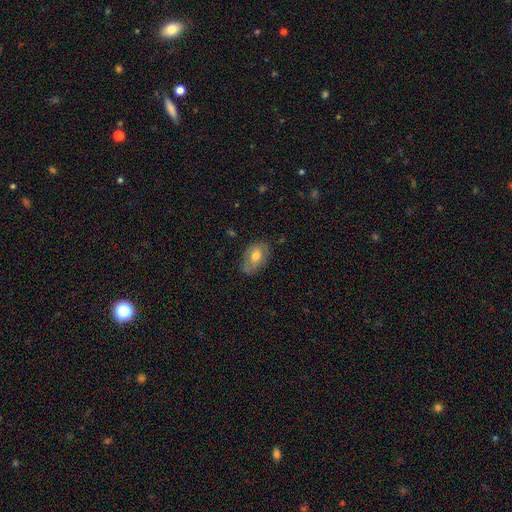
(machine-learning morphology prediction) Smooth or featured?
  - smooth: 65% *
  - featured or disk: 27%
  - star or artifact: 8%
How rounded?
  - in between: 87% *
  - round: 11%
  - cigar-shaped: 2%
Merging?
  - none: 69% *
  - minor disturbance: 23%
  - major disturbance: 5%
  - merger: 2%